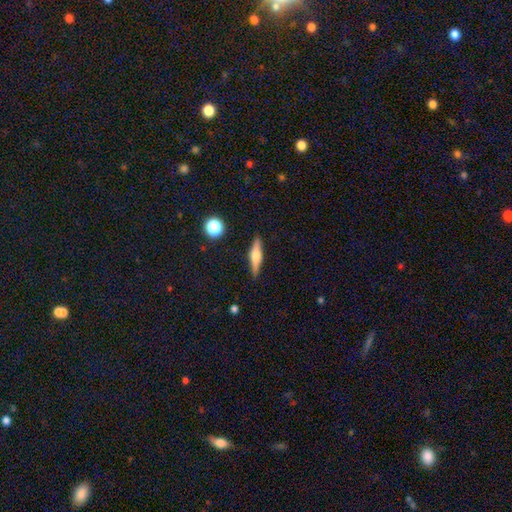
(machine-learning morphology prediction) Smooth or featured: featured or disk — 49% (smooth — 43%)
Merging: none — 88% (minor disturbance — 8%)